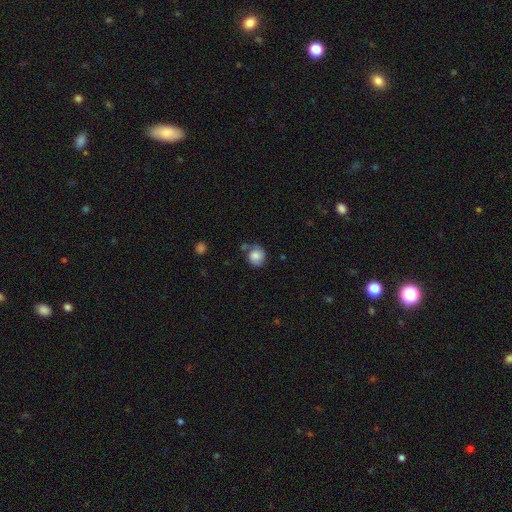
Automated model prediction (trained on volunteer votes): smooth-or-featured: smooth: 78% | featured or disk: 13% | star or artifact: 8%
  how-rounded: round: 83% | in between: 16% | cigar-shaped: 1%
  merging: none: 59% | minor disturbance: 21% | merger: 12% | major disturbance: 8%